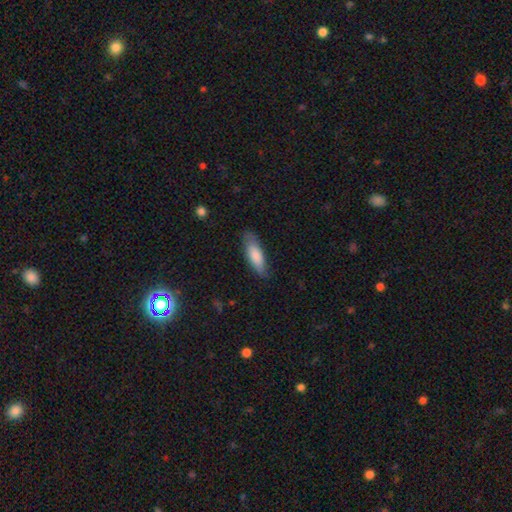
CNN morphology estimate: type=smooth (81%); roundness=in between (55%); merging=none (76%).